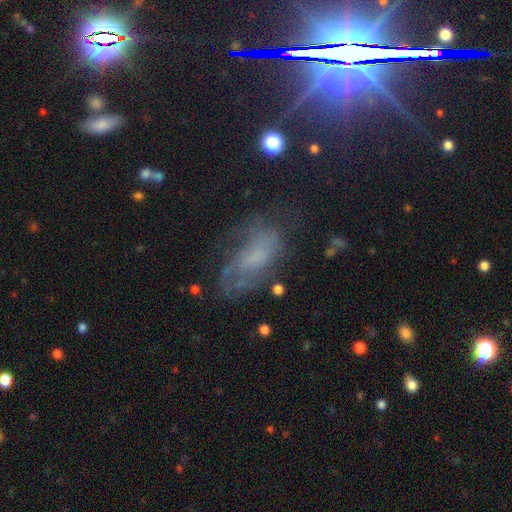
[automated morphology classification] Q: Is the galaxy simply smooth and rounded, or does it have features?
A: featured or disk — 44%.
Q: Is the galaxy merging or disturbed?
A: none — 54%.